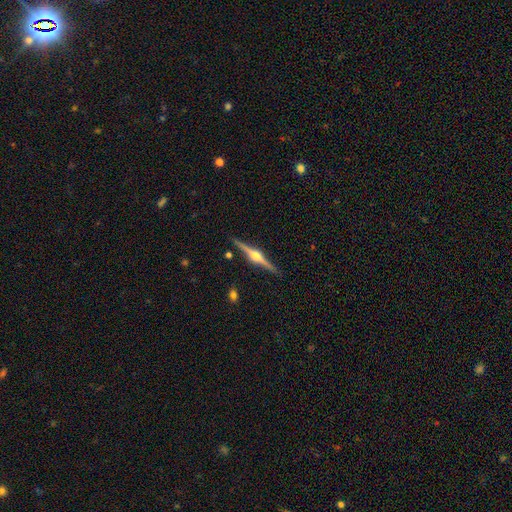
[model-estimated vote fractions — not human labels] The model was most divided on "smooth or featured": featured or disk: 87%, smooth: 8%, star or artifact: 5%. More confident: edge-on disk — yes (99%); edge-on bulge — rounded (95%); merging — none (91%).